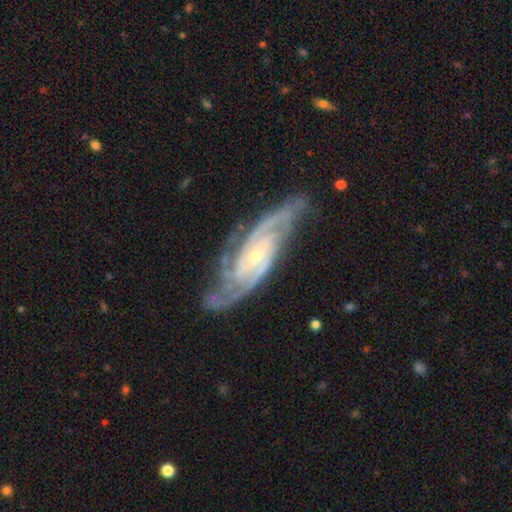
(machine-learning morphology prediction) The model was most divided on "spiral arm count": 2: 38%, 3: 31%, 4: 12%, can't tell: 10%, more than 4: 5%, 1: 4%. Remaining: spiral arms — yes (98%); edge-on disk — no (93%); smooth or featured — featured or disk (92%); merging — none (75%); bulge size — small (62%); spiral winding — tight (56%); bar — no (47%).